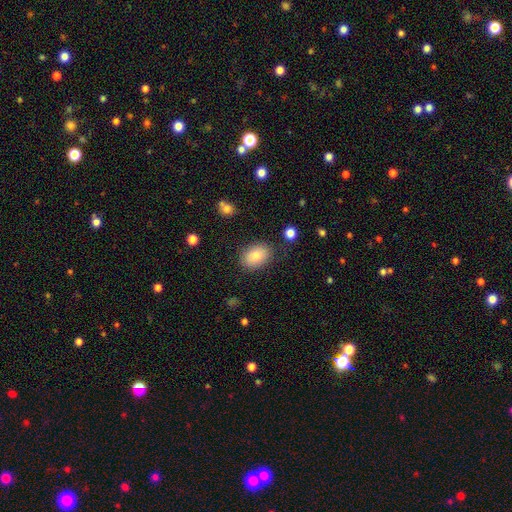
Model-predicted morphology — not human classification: smooth-or-featured: smooth: 84% | featured or disk: 9% | star or artifact: 7%
  how-rounded: in between: 81% | round: 17% | cigar-shaped: 1%
  merging: none: 80% | minor disturbance: 14% | major disturbance: 4% | merger: 2%